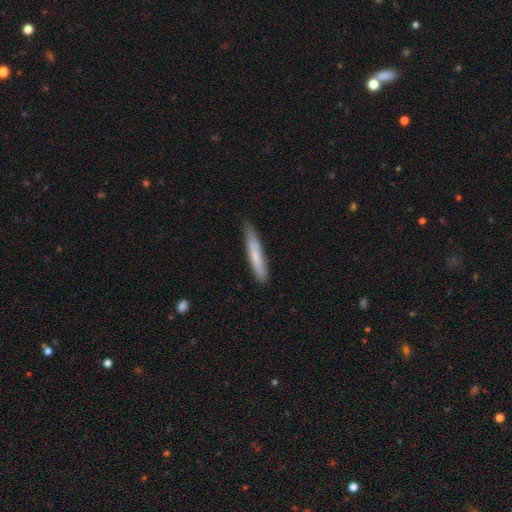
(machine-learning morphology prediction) A smooth galaxy with no disk features (72%) that is cigar-shaped (92%). Merging: none (75%).